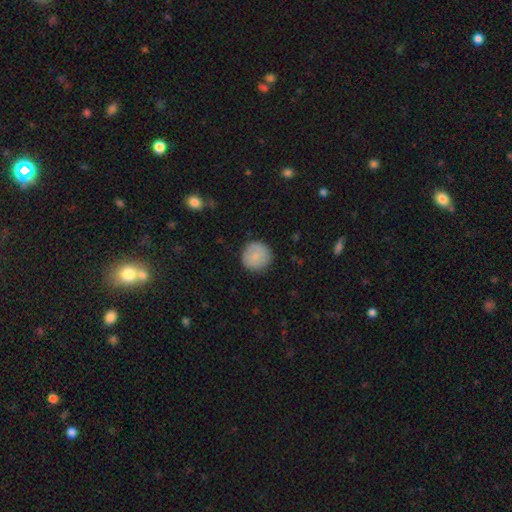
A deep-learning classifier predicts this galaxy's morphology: This is clearly a smooth galaxy (82%). How rounded: clearly round (95%). Merging: clearly none (88%).